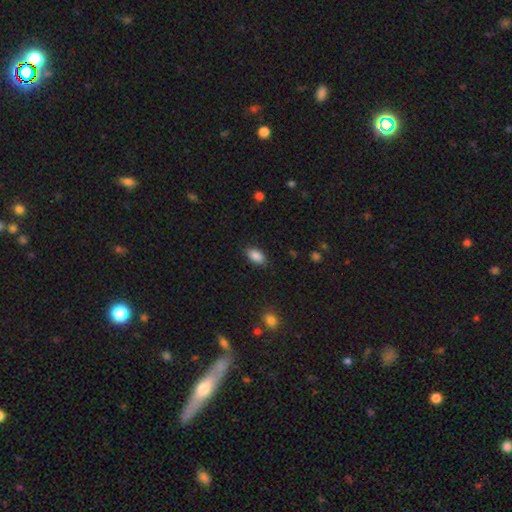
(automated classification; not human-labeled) This appears to be a smooth galaxy with no disk features (88%) that is in between round and cigar-shaped (92%). Merging: none (85%).